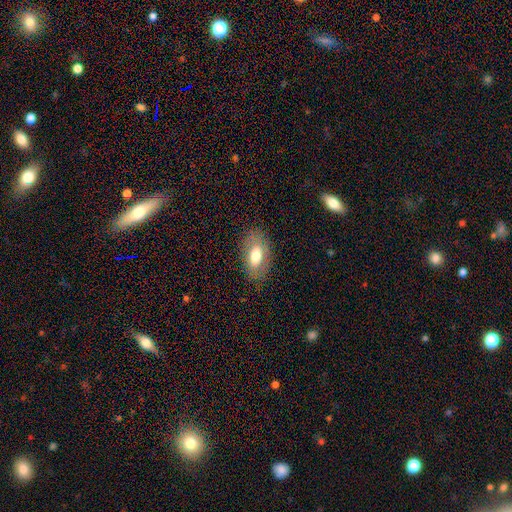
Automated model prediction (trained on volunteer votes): smooth-or-featured: smooth: 66% | featured or disk: 26% | star or artifact: 7%
  how-rounded: in between: 92% | round: 6% | cigar-shaped: 2%
  merging: none: 81% | minor disturbance: 13% | major disturbance: 4% | merger: 1%